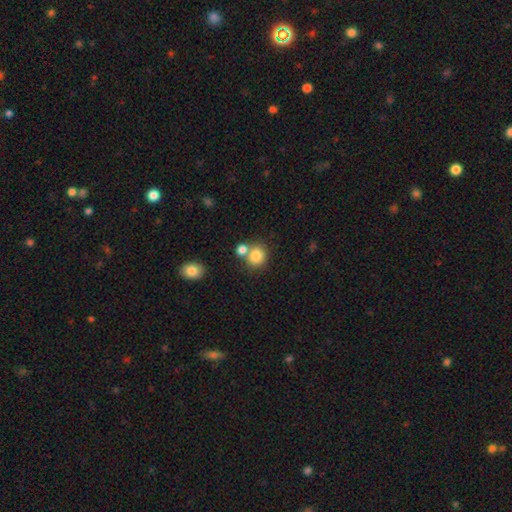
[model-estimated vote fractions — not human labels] A smooth galaxy with no disk features (83%) that is round (79%). Merging: none (57%).